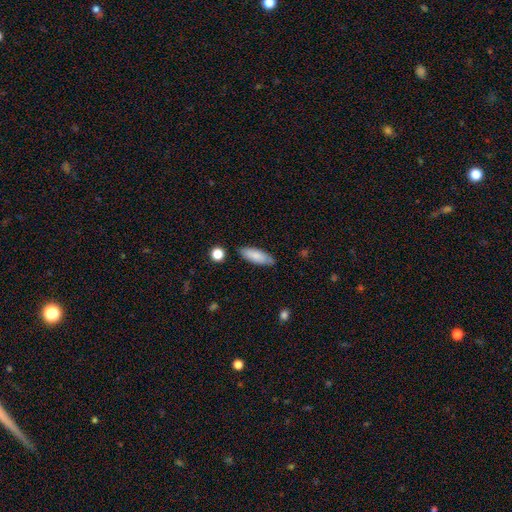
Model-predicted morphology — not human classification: smooth 82%, featured or disk 12%, star or artifact 6%. Down the decision tree: how rounded — in between (66%); merging — none (81%).